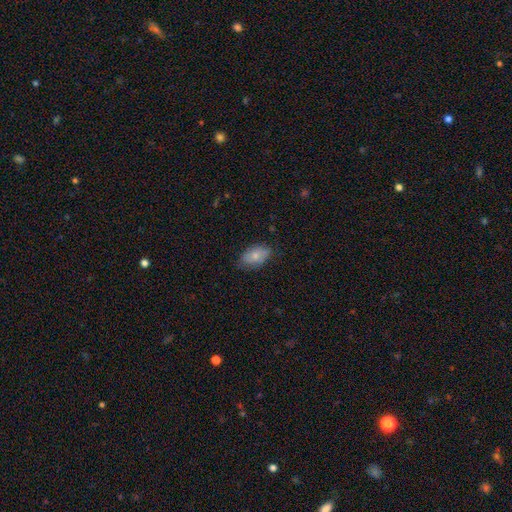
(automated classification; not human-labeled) Morphology: type=smooth (76%); roundness=in between (91%); merging=none (75%).